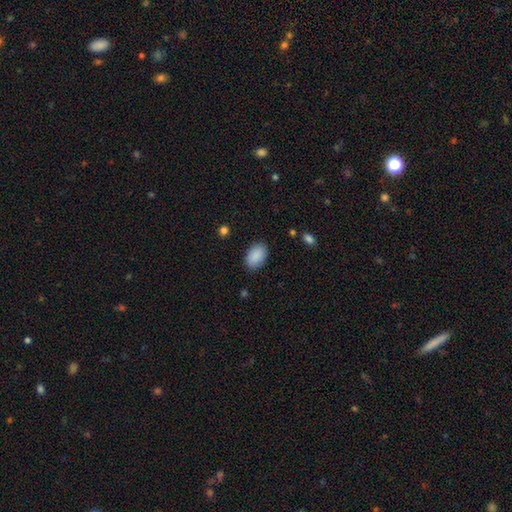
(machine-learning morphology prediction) This appears to be a smooth galaxy with no disk features (90%) that is in between round and cigar-shaped (92%). Merging: none (86%).